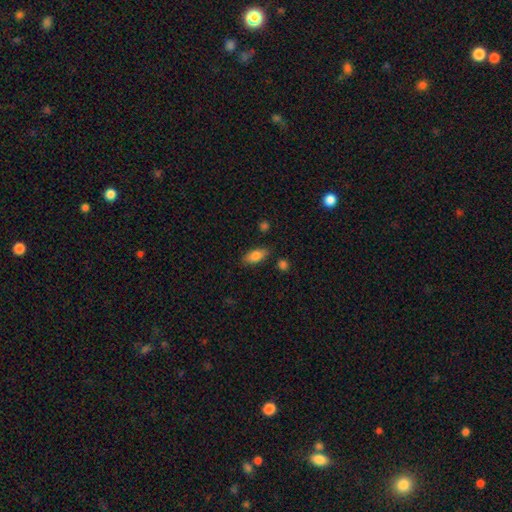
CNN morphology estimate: This is clearly a smooth galaxy (83%). How rounded: clearly in between (85%). Merging: clearly none (81%).